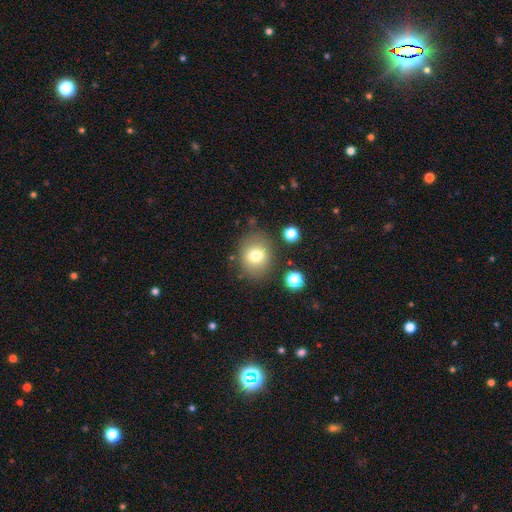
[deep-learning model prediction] The model was most divided on "how rounded": round: 64%, in between: 35%, cigar-shaped: 1%. More confident: merging — none (77%); smooth or featured — smooth (74%).